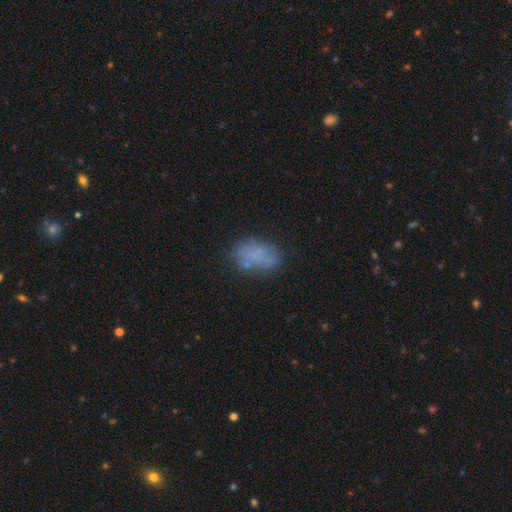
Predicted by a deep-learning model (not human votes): This appears to be a smooth galaxy with no disk features (60%) that is in between round and cigar-shaped (85%). Merging: none (61%).